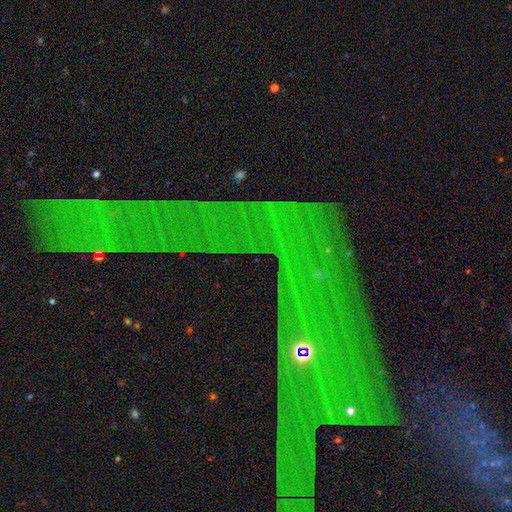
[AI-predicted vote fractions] star or artifact 77%, featured or disk 12%, smooth 11%.